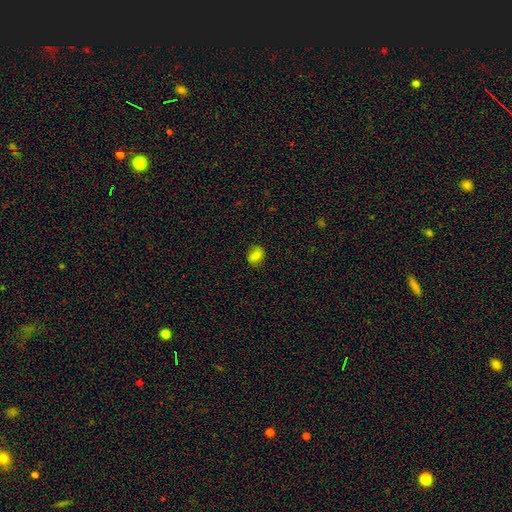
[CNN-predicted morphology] A smooth galaxy with no disk features (80%) that is in between round and cigar-shaped (50%). Merging: none (85%).